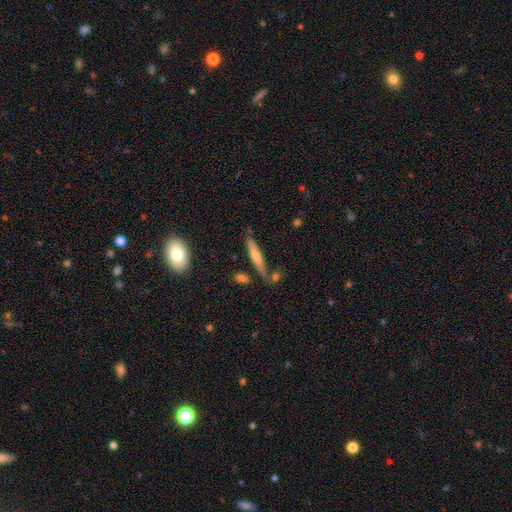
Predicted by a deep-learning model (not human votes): smooth 53%, featured or disk 40%, star or artifact 7%. Down the decision tree: how rounded — cigar-shaped (86%); merging — none (77%).